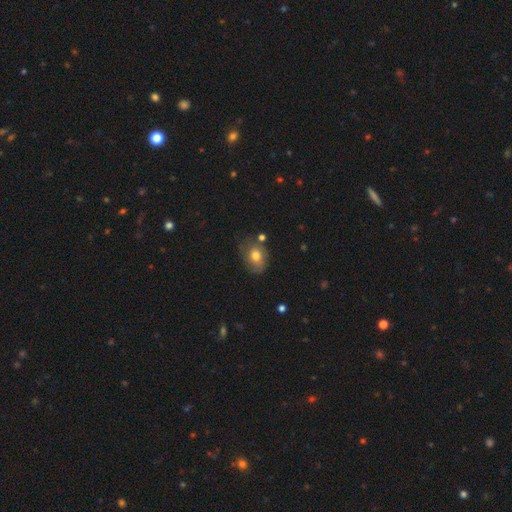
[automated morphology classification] type=smooth (67%); roundness=in between (63%); merging=none (59%).